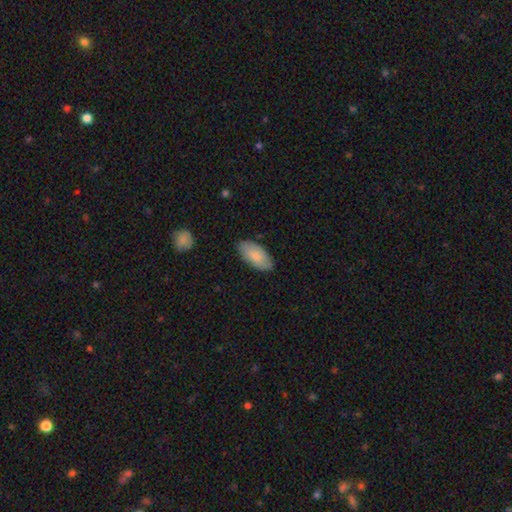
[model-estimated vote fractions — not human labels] smooth 81%, featured or disk 14%, star or artifact 6%. Down the decision tree: how rounded — in between (93%); merging — none (82%).